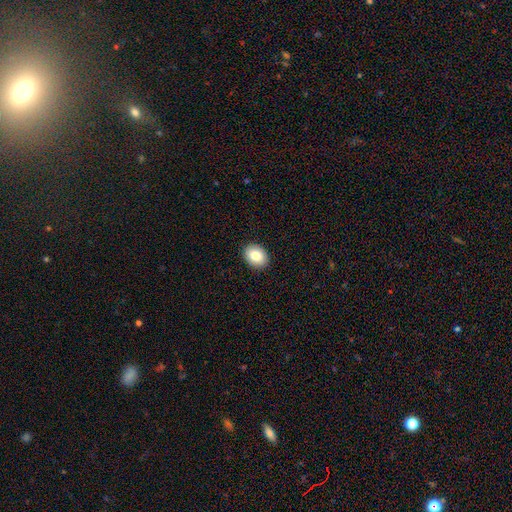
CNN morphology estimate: A smooth galaxy with no disk features (83%) that is in between round and cigar-shaped (62%).

Vote fractions:
- Smooth or featured? smooth: 83% / featured or disk: 9% / star or artifact: 8%
- How rounded? in between: 62% / round: 37% / cigar-shaped: 1%
- Merging? none: 91% / minor disturbance: 7% / major disturbance: 2% / merger: 1%